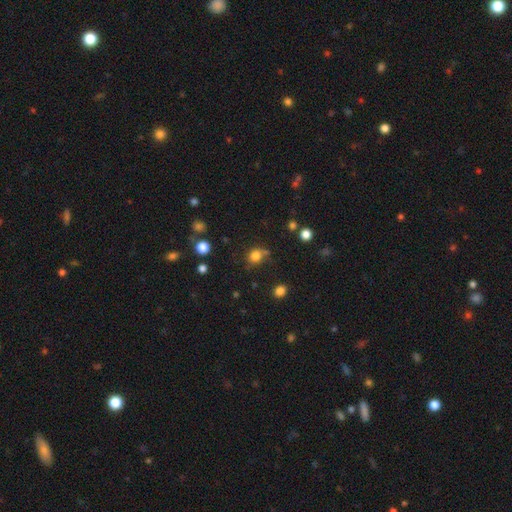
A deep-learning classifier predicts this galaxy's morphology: Smooth or featured: smooth — 80% (star or artifact — 14%)
How rounded: round — 75% (in between — 24%)
Merging: none — 63% (minor disturbance — 18%)